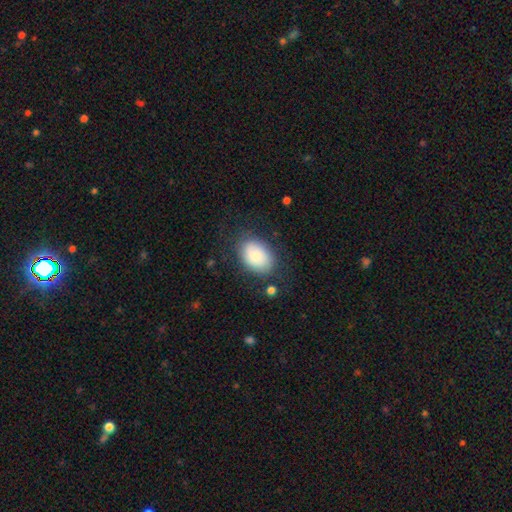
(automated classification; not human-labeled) A smooth galaxy with no disk features (83%) that is in between round and cigar-shaped (84%). Merging: none (74%).